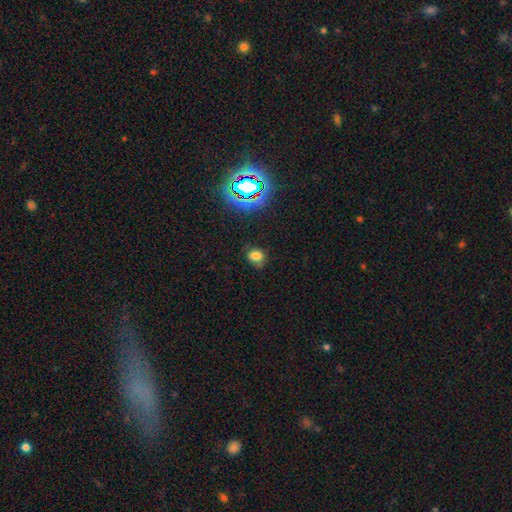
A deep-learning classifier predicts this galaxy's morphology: This appears to be a smooth galaxy with no disk features (73%) that is round (51%). Merging: none (64%).